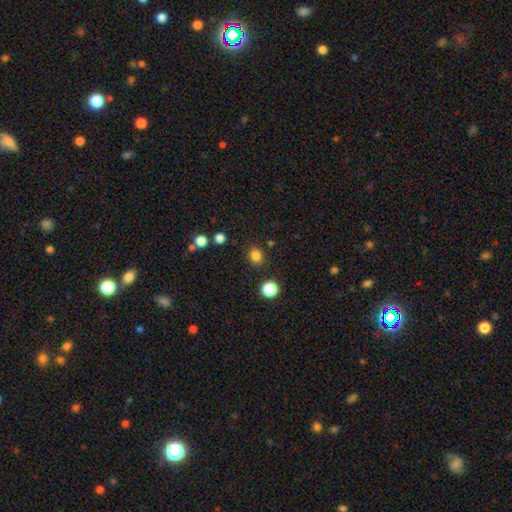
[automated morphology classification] Overall: smooth (82%). How rounded: round (79%). Merging: none (88%).